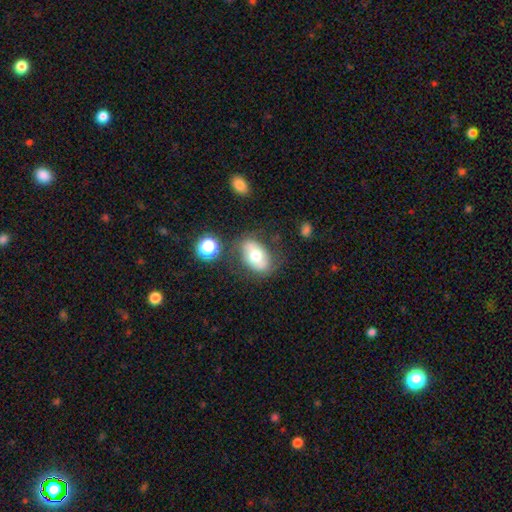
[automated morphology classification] type=smooth (58%); roundness=in between (85%); merging=none (71%).